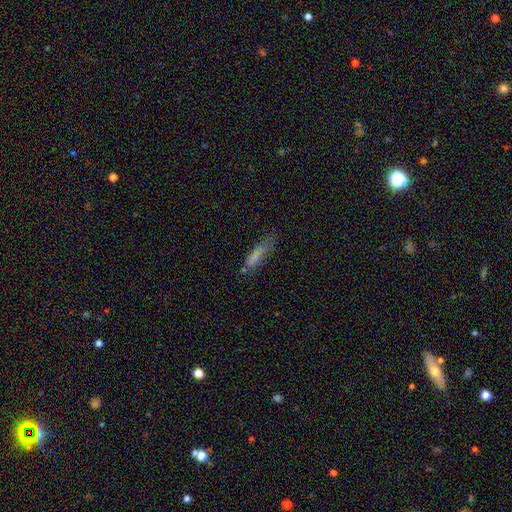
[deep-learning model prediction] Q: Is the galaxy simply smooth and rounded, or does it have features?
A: smooth — 65%.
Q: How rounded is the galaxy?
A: cigar-shaped — 54%.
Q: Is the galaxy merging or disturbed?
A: none — 43%.